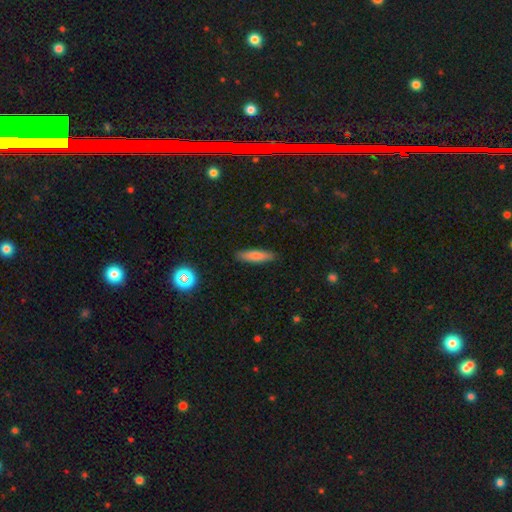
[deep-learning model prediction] The model was most divided on "how rounded": cigar-shaped: 71%, in between: 27%, round: 2%. More confident: merging — none (89%); smooth or featured — smooth (78%).